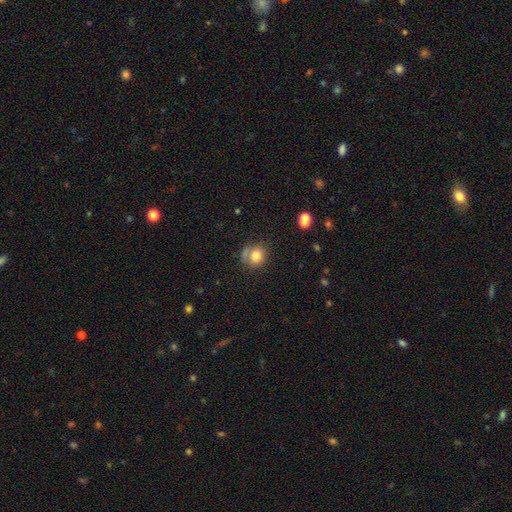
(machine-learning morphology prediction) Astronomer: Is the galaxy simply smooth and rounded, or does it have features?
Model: smooth — 78%.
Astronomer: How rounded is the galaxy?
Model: round — 79%.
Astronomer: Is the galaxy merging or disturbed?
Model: none — 59%.